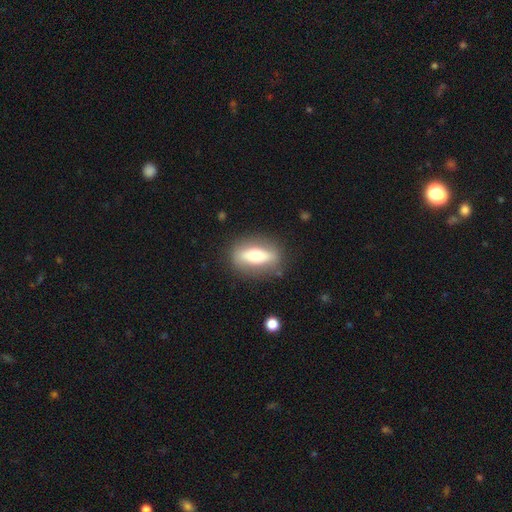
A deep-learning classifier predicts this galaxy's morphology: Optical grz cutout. It shows a smooth galaxy with no disk features (52%) that is in between round and cigar-shaped (73%). Merging: none (83%).